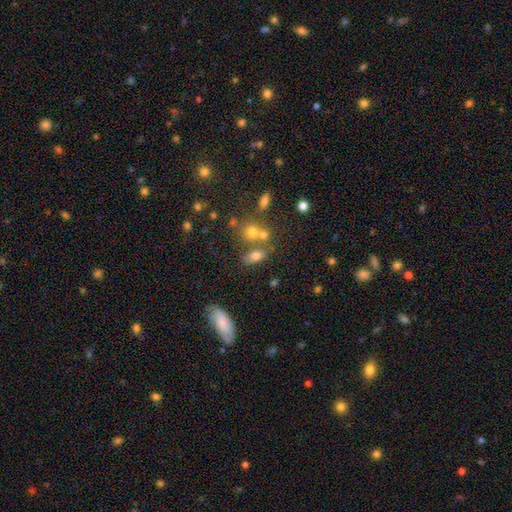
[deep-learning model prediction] Overall: smooth (70%). How rounded: in between (78%). Merging: none (52%; merger 28%).